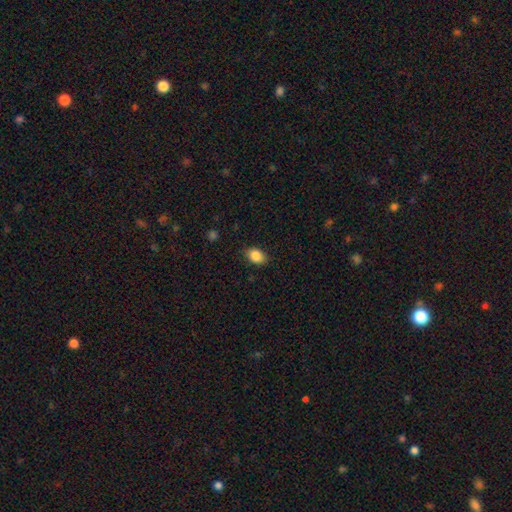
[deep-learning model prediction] smooth-or-featured: smooth: 88% | star or artifact: 8% | featured or disk: 4%
  how-rounded: in between: 78% | round: 21% | cigar-shaped: 1%
  merging: none: 84% | minor disturbance: 12% | major disturbance: 3% | merger: 1%